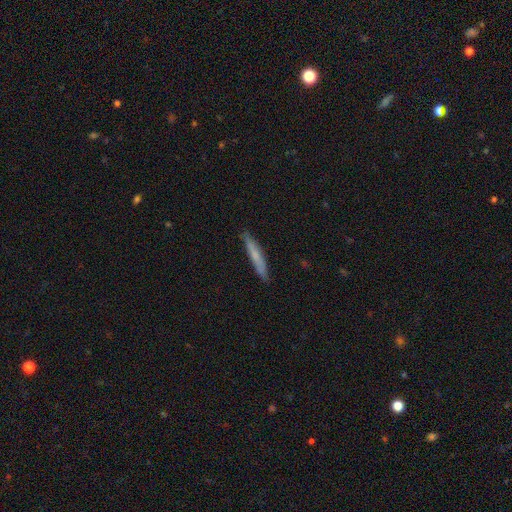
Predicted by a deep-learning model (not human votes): Smooth or featured?
  - smooth: 62% *
  - featured or disk: 32%
  - star or artifact: 6%
How rounded?
  - cigar-shaped: 95% *
  - in between: 4%
  - round: 1%
Merging?
  - none: 88% *
  - minor disturbance: 9%
  - major disturbance: 2%
  - merger: 1%